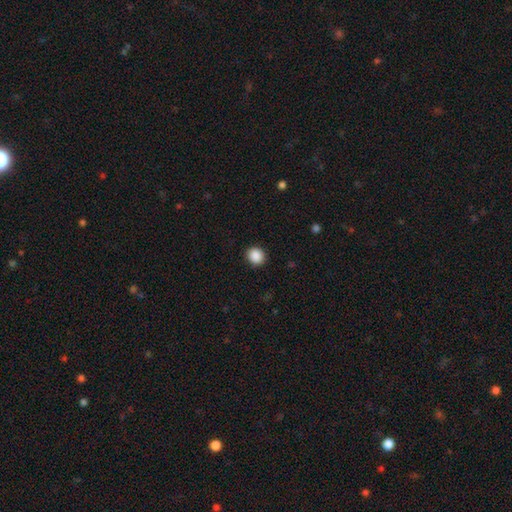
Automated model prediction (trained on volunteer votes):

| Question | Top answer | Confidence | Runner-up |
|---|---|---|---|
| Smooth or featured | smooth | 89% | star or artifact (9%) |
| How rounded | round | 85% | in between (14%) |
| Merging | none | 91% | minor disturbance (6%) |